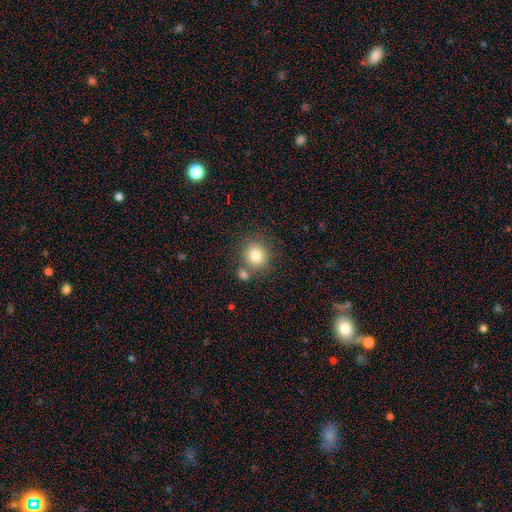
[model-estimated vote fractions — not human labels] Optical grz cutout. It shows a smooth galaxy with no disk features (81%) that is round (86%). Merging: none (69%).